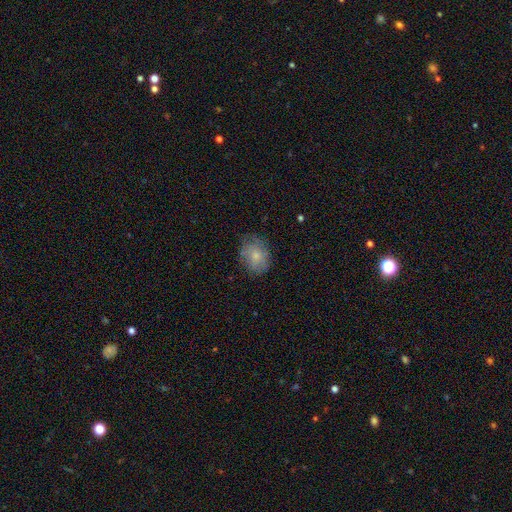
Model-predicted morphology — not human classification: A smooth galaxy with no disk features (69%) that is in between round and cigar-shaped (55%).

Vote fractions:
- Smooth or featured? smooth: 69% / featured or disk: 23% / star or artifact: 8%
- How rounded? in between: 55% / round: 44% / cigar-shaped: 1%
- Merging? none: 70% / minor disturbance: 21% / major disturbance: 7% / merger: 1%